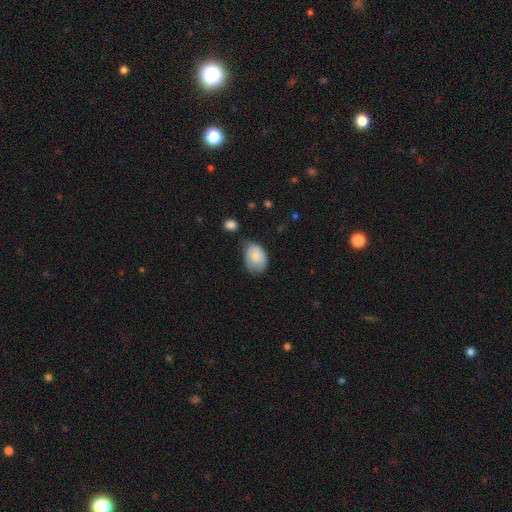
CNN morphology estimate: smooth-or-featured: smooth: 78% | featured or disk: 15% | star or artifact: 7%
  how-rounded: in between: 78% | round: 21% | cigar-shaped: 1%
  merging: none: 46% | minor disturbance: 39% | major disturbance: 11% | merger: 4%